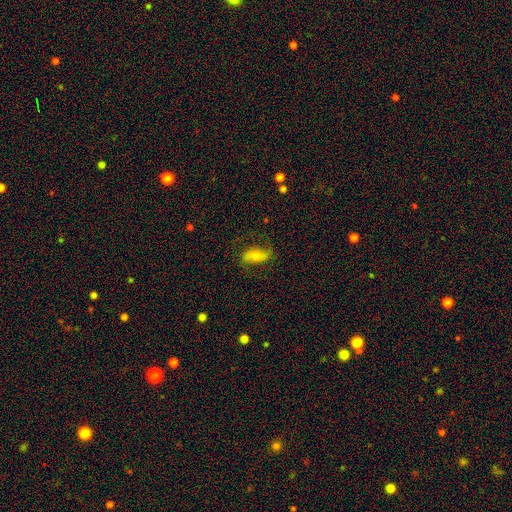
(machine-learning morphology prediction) Smooth or featured? featured or disk (45%, tied with smooth)
Merging? none (73%)